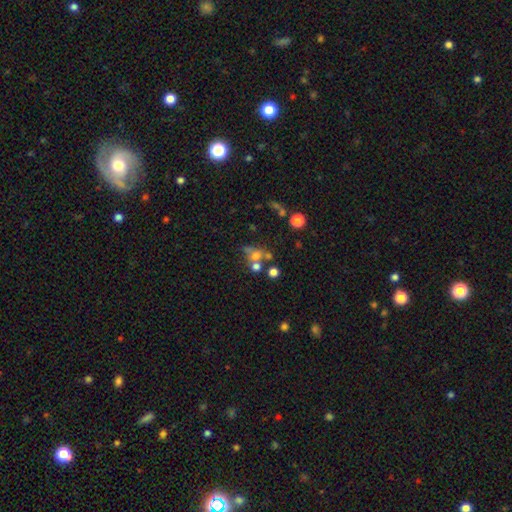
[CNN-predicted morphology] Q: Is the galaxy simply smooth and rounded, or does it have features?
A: smooth — 54%.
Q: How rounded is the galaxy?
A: round — 69%.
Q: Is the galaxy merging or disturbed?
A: merger — 40%.